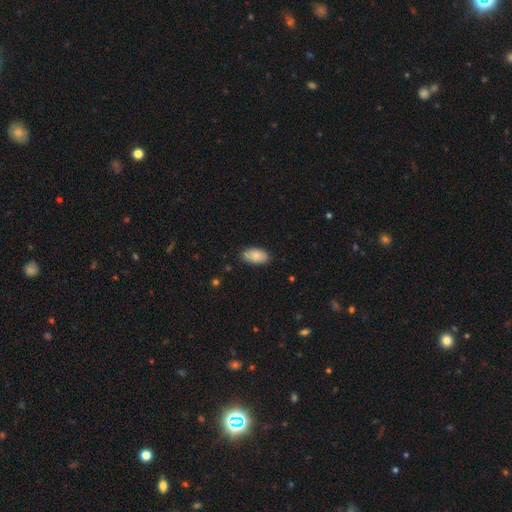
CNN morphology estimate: This appears to be a smooth galaxy with no disk features (85%) that is in between round and cigar-shaped (95%). Merging: none (83%).